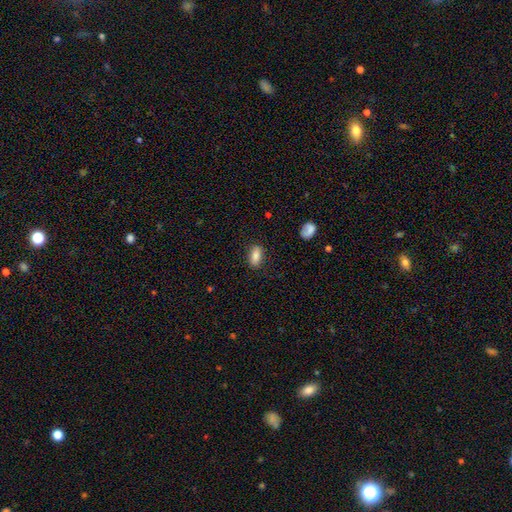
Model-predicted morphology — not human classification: A smooth galaxy with no disk features (85%) that is in between round and cigar-shaped (86%). Merging: none (85%).